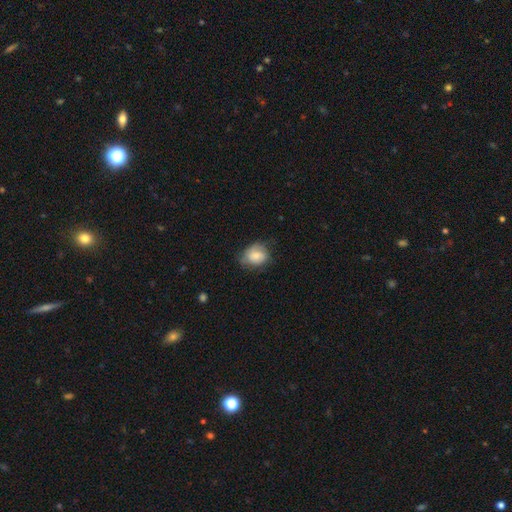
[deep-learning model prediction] Morphology: type=smooth (70%); roundness=round (50%, tied with in between); merging=none (57%).